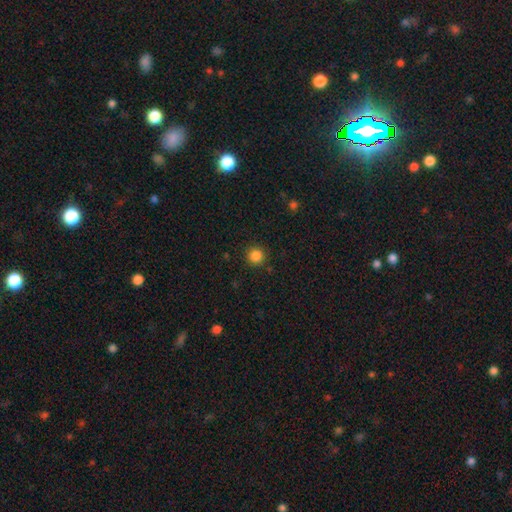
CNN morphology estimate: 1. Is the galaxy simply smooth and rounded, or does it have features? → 85% smooth, 12% star or artifact, 3% featured or disk.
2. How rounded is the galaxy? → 94% round, 5% in between, 1% cigar-shaped.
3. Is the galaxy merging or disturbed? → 90% none, 6% minor disturbance, 2% major disturbance, 1% merger.